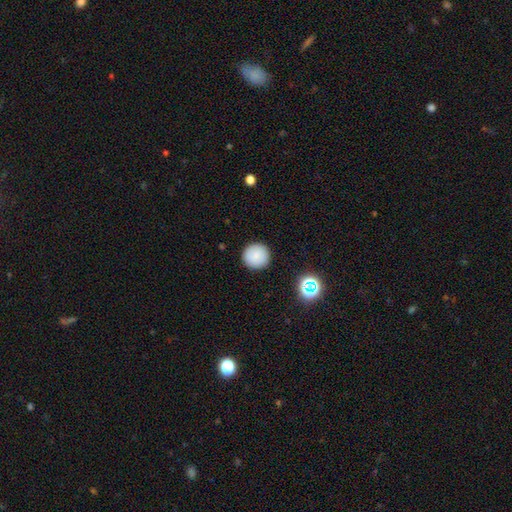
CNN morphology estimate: A smooth galaxy with no disk features (85%) that is round (96%). Merging: none (92%).